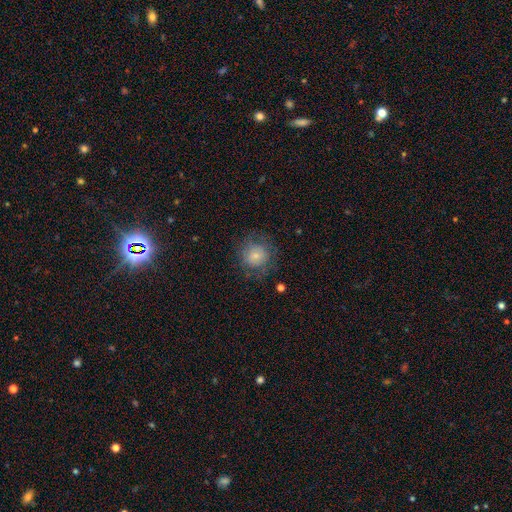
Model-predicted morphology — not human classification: A smooth galaxy with no disk features (73%) that is round (88%).

Vote fractions:
- Smooth or featured? smooth: 73% / featured or disk: 18% / star or artifact: 10%
- How rounded? round: 88% / in between: 12% / cigar-shaped: 1%
- Merging? none: 71% / minor disturbance: 17% / major disturbance: 11% / merger: 1%